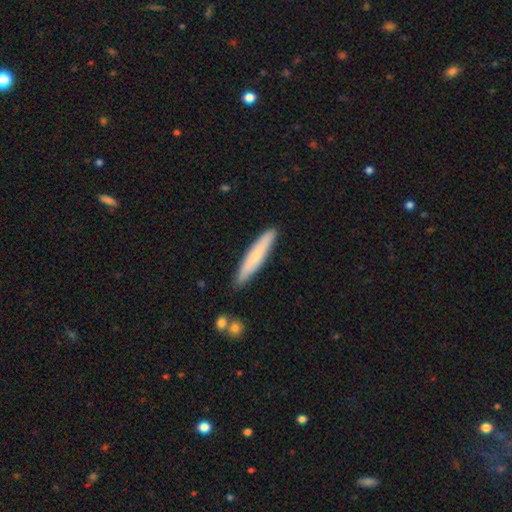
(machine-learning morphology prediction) A smooth galaxy with no disk features (66%) that is cigar-shaped (91%). Merging: none (87%).